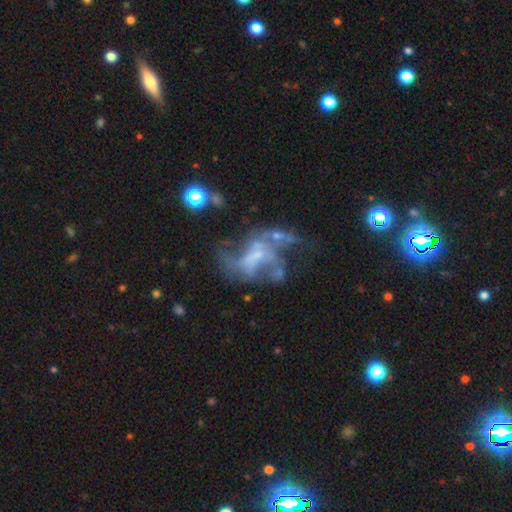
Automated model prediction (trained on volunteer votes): The model was most divided on "merging": major disturbance: 39%, none: 30%, merger: 16%, minor disturbance: 15%. More confident: edge-on disk — no (97%); smooth or featured — featured or disk (69%); bar — no (59%); spiral arms — no (59%); bulge size — none (50%).